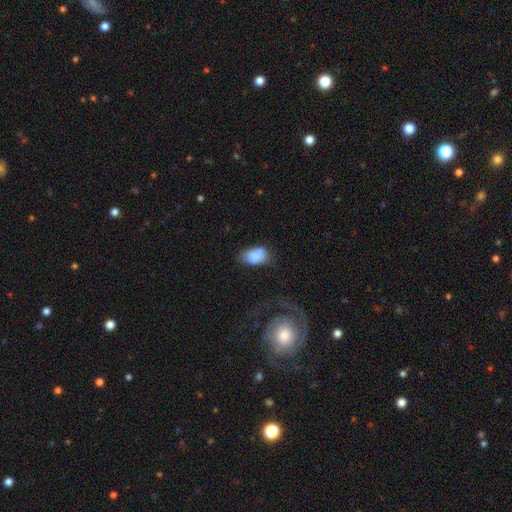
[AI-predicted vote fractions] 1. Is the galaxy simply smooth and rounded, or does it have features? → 84% smooth, 9% featured or disk, 8% star or artifact.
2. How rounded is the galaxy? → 90% in between, 9% round, 2% cigar-shaped.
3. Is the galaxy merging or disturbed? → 49% none, 30% minor disturbance, 15% major disturbance, 5% merger.